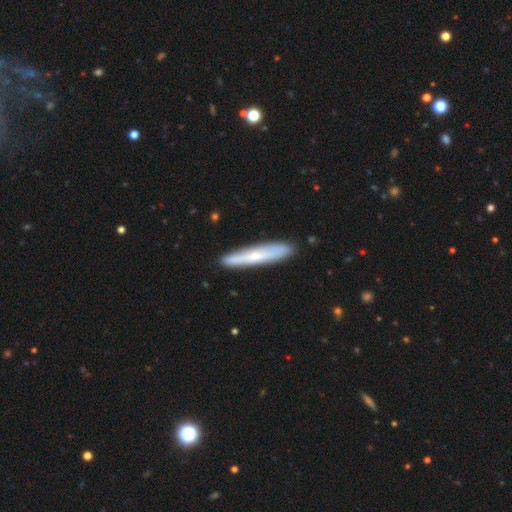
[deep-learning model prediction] Smooth or featured: smooth — 53% (featured or disk — 41%)
How rounded: cigar-shaped — 93% (in between — 6%)
Merging: none — 88% (minor disturbance — 9%)